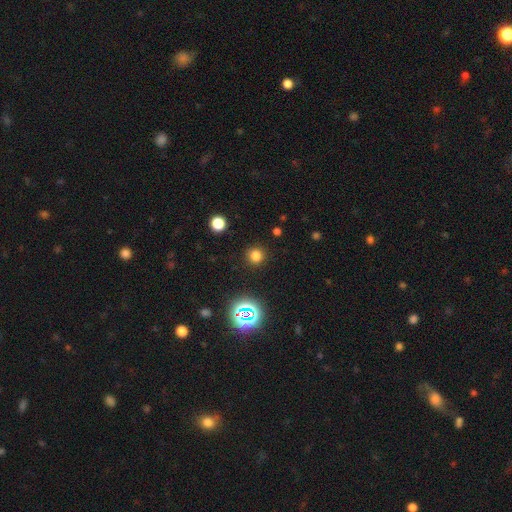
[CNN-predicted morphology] Overall: smooth (75%). How rounded: round (92%). Merging: none (90%).